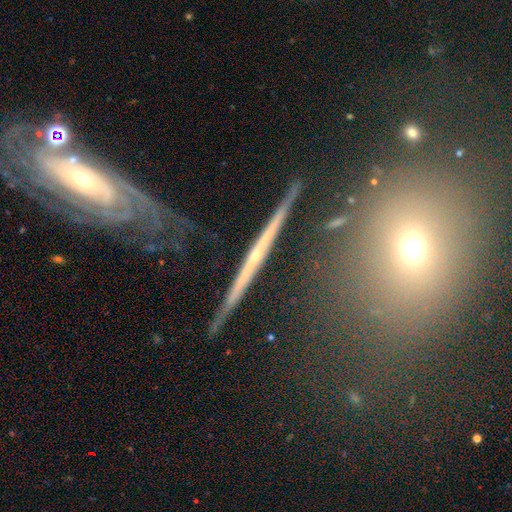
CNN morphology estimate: type=featured or disk (73%); edge-on=yes (90%); edge-on bulge=none (59%); merging=none (74%).